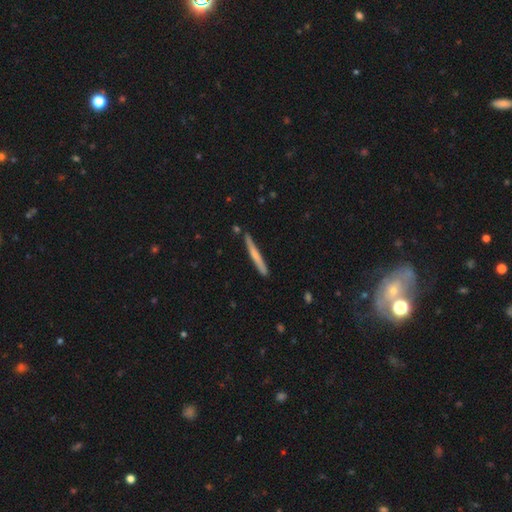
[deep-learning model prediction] smooth-or-featured: smooth: 55% | featured or disk: 39% | star or artifact: 5%
  how-rounded: cigar-shaped: 97% | in between: 2% | round: 1%
  merging: none: 85% | minor disturbance: 11% | merger: 3% | major disturbance: 2%